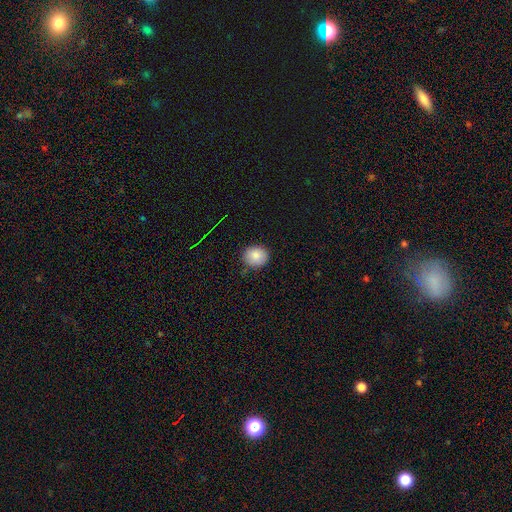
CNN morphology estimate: The model was most divided on "how rounded": round: 75%, in between: 24%, cigar-shaped: 1%. More confident: smooth or featured — smooth (84%); merging — none (82%).